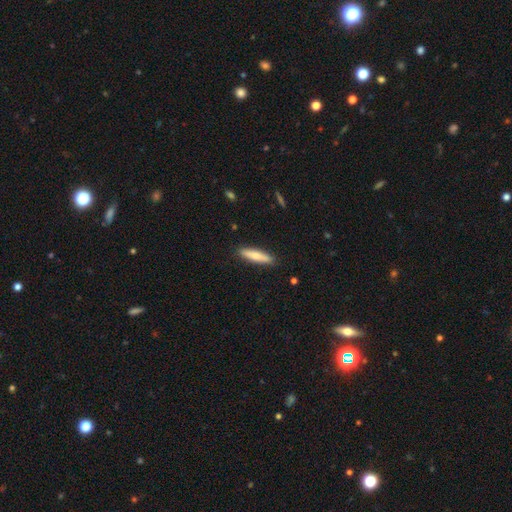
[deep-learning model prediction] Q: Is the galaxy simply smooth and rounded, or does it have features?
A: smooth — 74%.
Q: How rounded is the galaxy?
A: cigar-shaped — 82%.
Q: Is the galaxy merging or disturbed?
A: none — 89%.